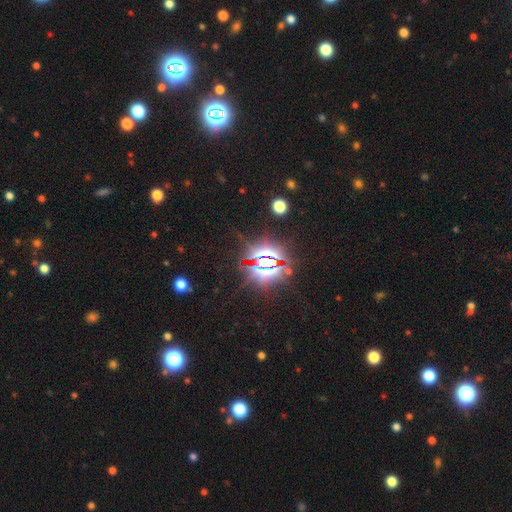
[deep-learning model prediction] Smooth or featured: star or artifact — 83% (smooth — 10%)